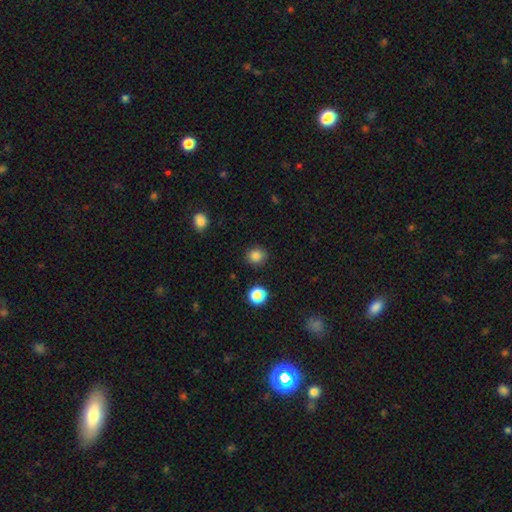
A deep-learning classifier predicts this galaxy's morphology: type=smooth (84%); roundness=round (84%); merging=none (88%).